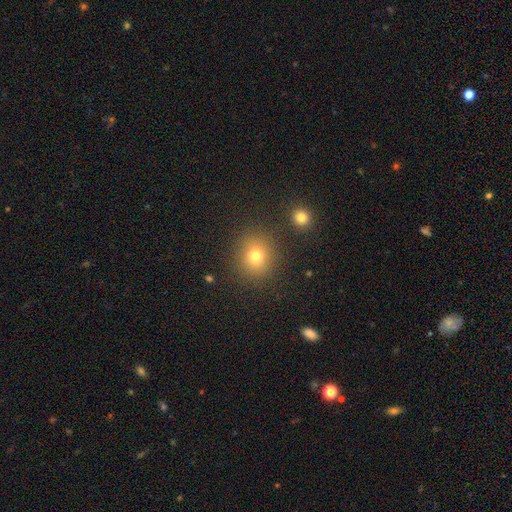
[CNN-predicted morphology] Smooth or featured? Predicted: smooth (p=0.75). How rounded? Predicted: round (p=0.81). Merging? Predicted: none (p=0.86).